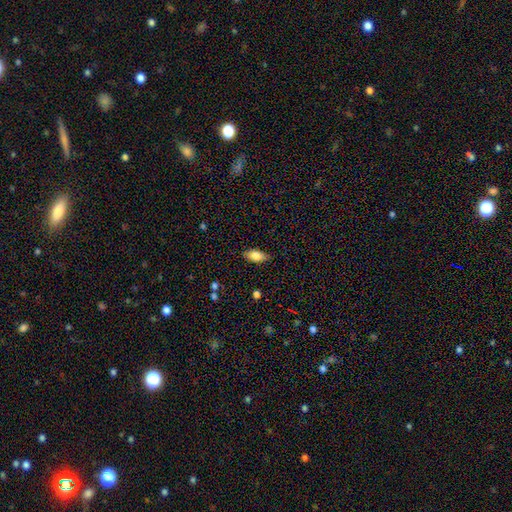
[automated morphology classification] The model was most divided on "smooth or featured": smooth: 79%, featured or disk: 13%, star or artifact: 7%. More confident: how rounded — in between (88%); merging — none (84%).